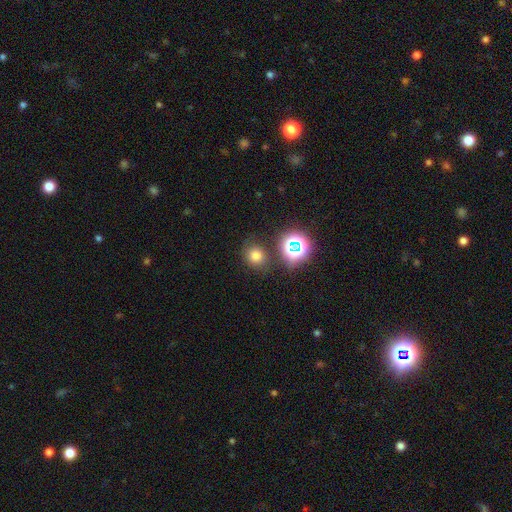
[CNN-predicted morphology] This is likely a smooth galaxy (71%). How rounded: clearly round (81%). Merging: likely none (78%).